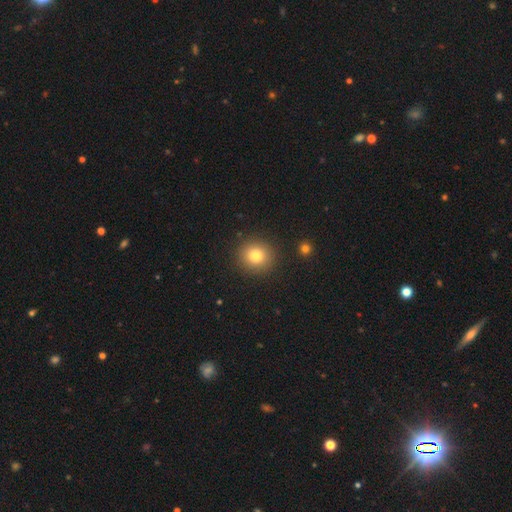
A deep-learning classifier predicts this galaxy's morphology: The model was most divided on "smooth or featured": smooth: 78%, star or artifact: 12%, featured or disk: 9%. More confident: merging — none (90%); how rounded — round (89%).